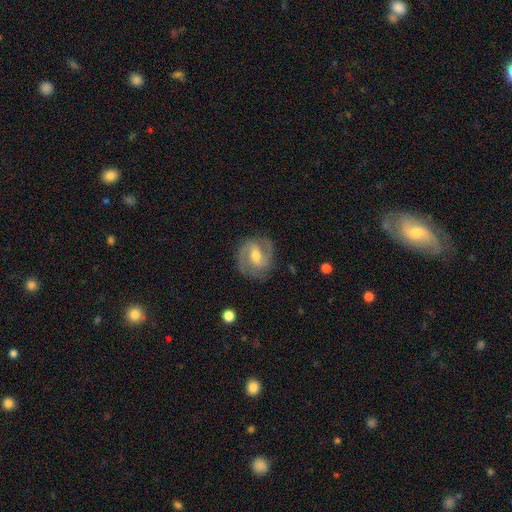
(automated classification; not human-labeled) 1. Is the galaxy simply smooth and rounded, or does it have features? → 83% featured or disk, 11% smooth, 5% star or artifact.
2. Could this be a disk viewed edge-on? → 97% no, 3% yes.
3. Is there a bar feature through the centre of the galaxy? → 50% weak, 31% strong, 18% no.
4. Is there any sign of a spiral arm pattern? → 95% yes, 5% no.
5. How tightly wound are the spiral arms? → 51% medium, 33% tight, 15% loose.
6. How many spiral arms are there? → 82% 2, 7% 3, 6% can't tell, 2% 1, 2% 4, 1% more than 4.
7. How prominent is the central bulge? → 64% moderate, 30% small, 3% large, 1% none, 1% dominant.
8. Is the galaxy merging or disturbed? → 81% none, 13% minor disturbance, 5% major disturbance, 1% merger.